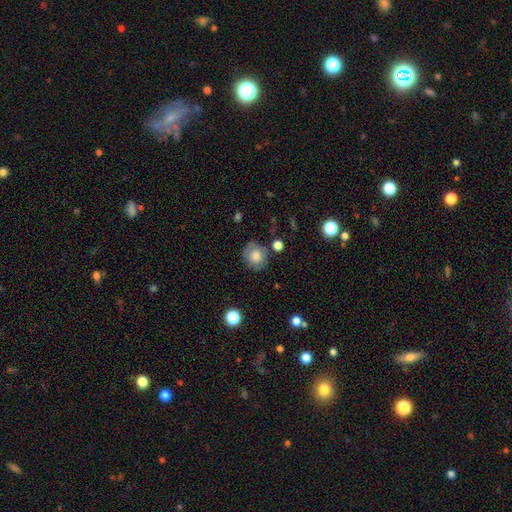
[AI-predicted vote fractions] Overall: smooth (77%). How rounded: round (76%). Merging: none (75%).